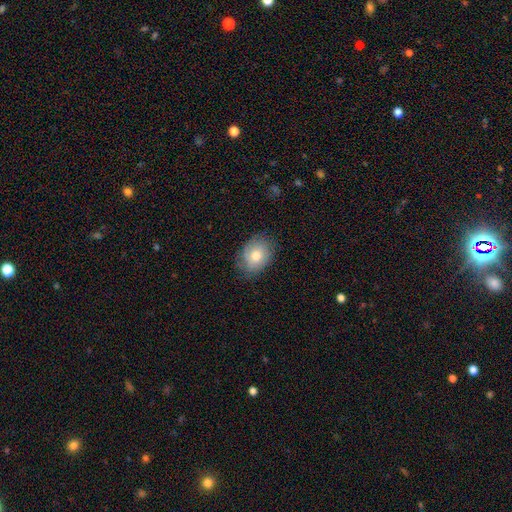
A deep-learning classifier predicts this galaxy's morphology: A smooth galaxy with no disk features (70%) that is in between round and cigar-shaped (68%).

Vote fractions:
- Smooth or featured? smooth: 70% / featured or disk: 22% / star or artifact: 8%
- How rounded? in between: 68% / round: 31% / cigar-shaped: 1%
- Merging? none: 76% / minor disturbance: 19% / major disturbance: 4% / merger: 1%